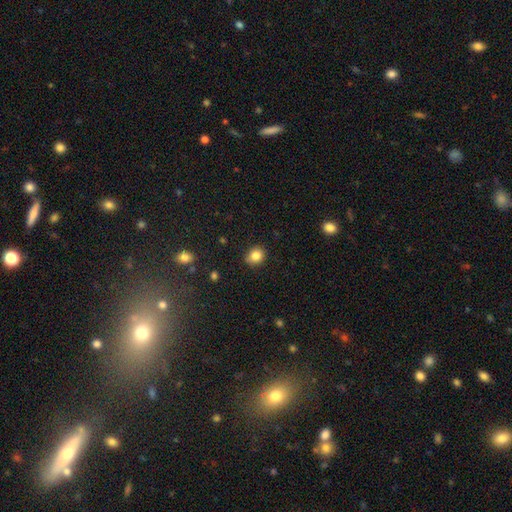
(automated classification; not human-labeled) A smooth galaxy with no disk features (83%) that is round (72%).

Vote fractions:
- Smooth or featured? smooth: 83% / star or artifact: 11% / featured or disk: 6%
- How rounded? round: 72% / in between: 27% / cigar-shaped: 1%
- Merging? none: 82% / minor disturbance: 14% / major disturbance: 2% / merger: 2%